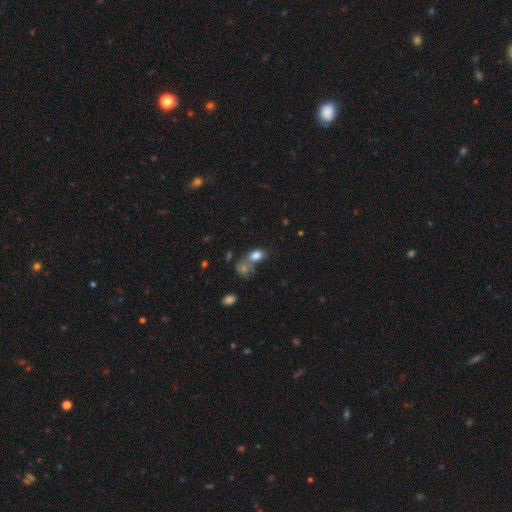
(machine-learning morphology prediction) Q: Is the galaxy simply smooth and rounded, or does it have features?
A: smooth — 80%.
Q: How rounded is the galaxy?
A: in between — 74%.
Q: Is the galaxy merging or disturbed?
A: none — 40%.